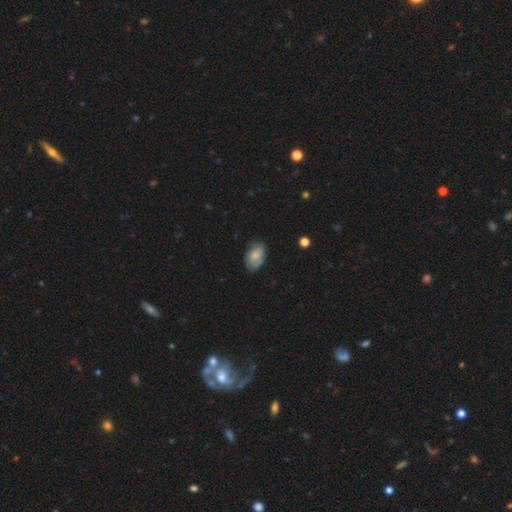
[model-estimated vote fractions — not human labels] A smooth galaxy with no disk features (69%) that is in between round and cigar-shaped (89%). Merging: none (64%).